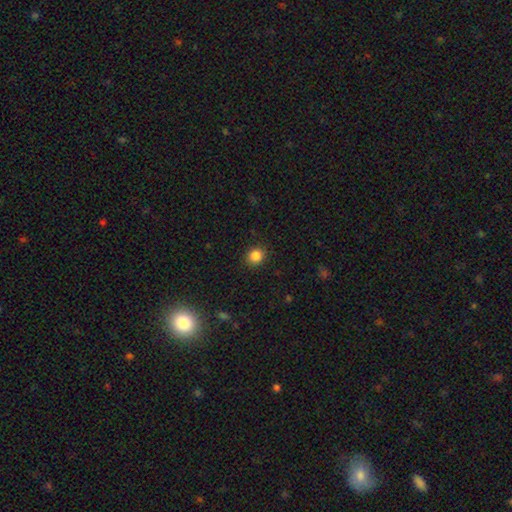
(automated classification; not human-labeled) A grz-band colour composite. It shows a smooth galaxy with no disk features (85%) that is round (81%). Merging: none (89%).